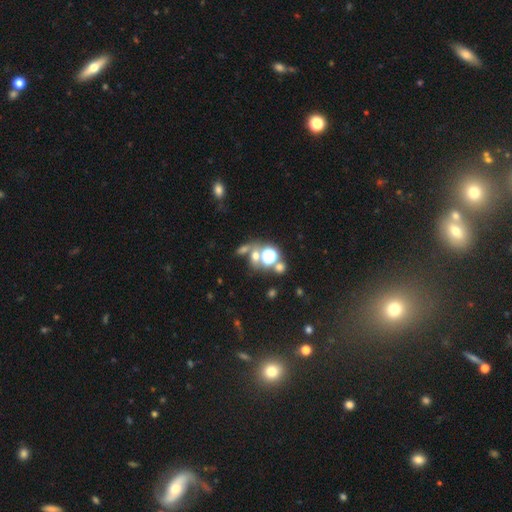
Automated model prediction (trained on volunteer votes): Smooth or featured: smooth — 45% (star or artifact — 41%)
Merging: none — 49% (merger — 31%)